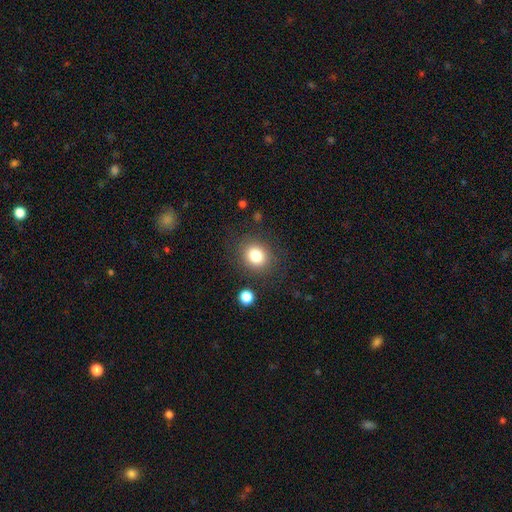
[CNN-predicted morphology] This is clearly a smooth galaxy (82%). How rounded: likely round (72%). Merging: clearly none (83%).